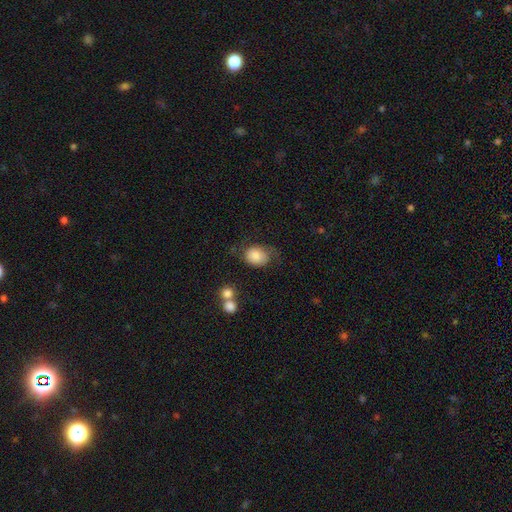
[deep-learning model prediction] smooth-or-featured: smooth: 81% | featured or disk: 11% | star or artifact: 8%
  how-rounded: in between: 53% | round: 46% | cigar-shaped: 1%
  merging: none: 49% | minor disturbance: 30% | major disturbance: 16% | merger: 5%